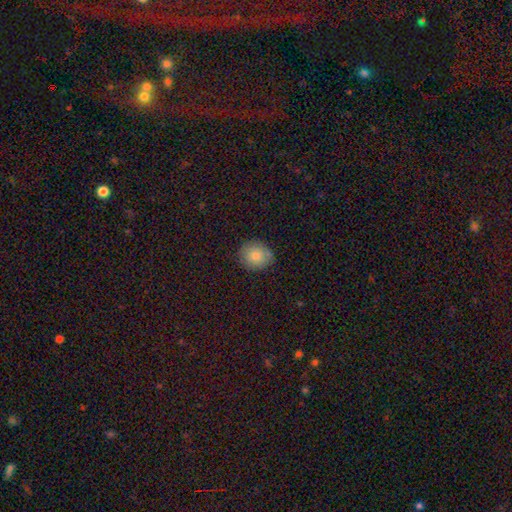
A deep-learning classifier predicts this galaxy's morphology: Smooth or featured: smooth — 79% (star or artifact — 11%)
How rounded: round — 74% (in between — 25%)
Merging: none — 81% (minor disturbance — 15%)